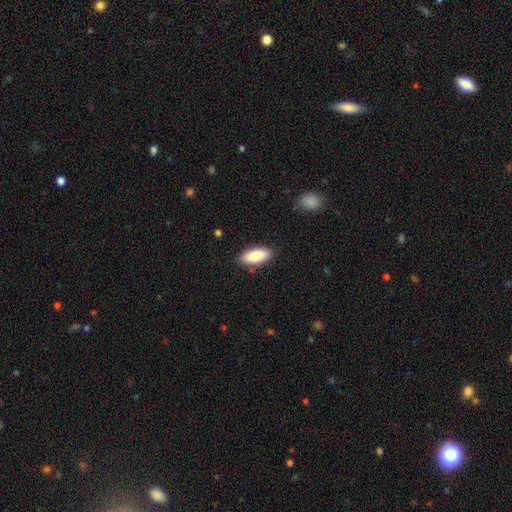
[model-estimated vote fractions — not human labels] This is clearly a smooth galaxy (85%). How rounded: clearly in between (85%). Merging: clearly none (86%).